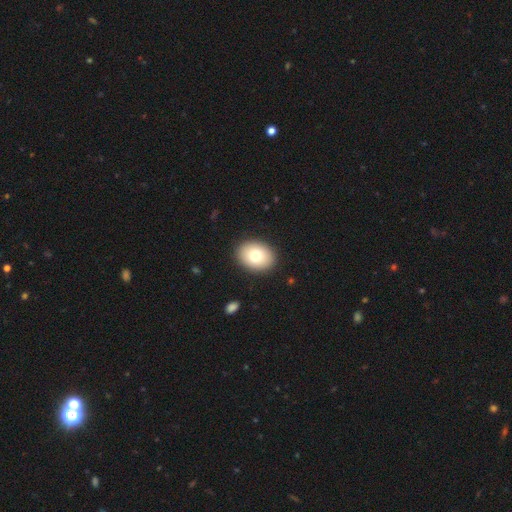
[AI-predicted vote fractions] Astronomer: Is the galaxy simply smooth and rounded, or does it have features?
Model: smooth — 76%.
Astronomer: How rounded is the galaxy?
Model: in between — 65%.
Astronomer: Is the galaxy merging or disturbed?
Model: none — 90%.